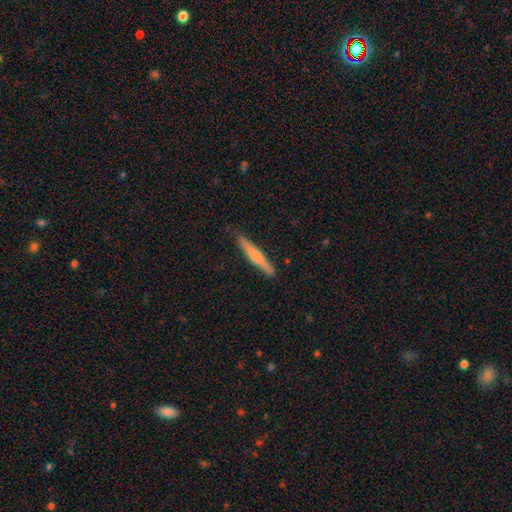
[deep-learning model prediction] The model was most divided on "smooth or featured": smooth: 55%, featured or disk: 39%, star or artifact: 5%. More confident: how rounded — cigar-shaped (95%); merging — none (86%).